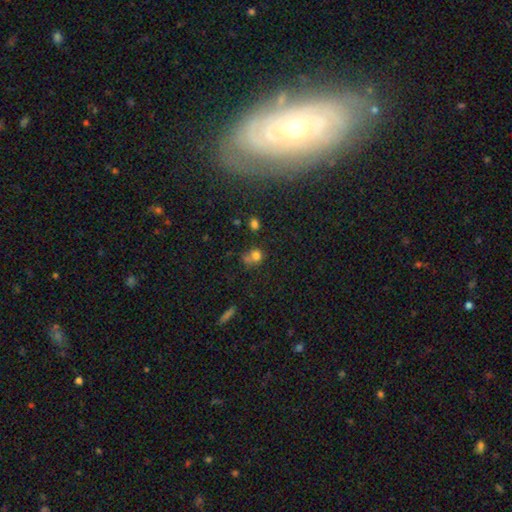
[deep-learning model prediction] A smooth galaxy with no disk features (74%) that is round (74%).

Vote fractions:
- Smooth or featured? smooth: 74% / star or artifact: 16% / featured or disk: 10%
- How rounded? round: 74% / in between: 25% / cigar-shaped: 1%
- Merging? none: 44% / merger: 30% / minor disturbance: 17% / major disturbance: 9%